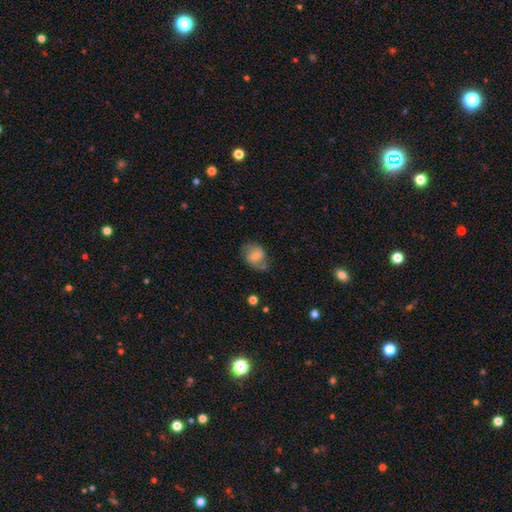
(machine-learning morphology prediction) type=smooth (60%); roundness=in between (54%); merging=none (60%).